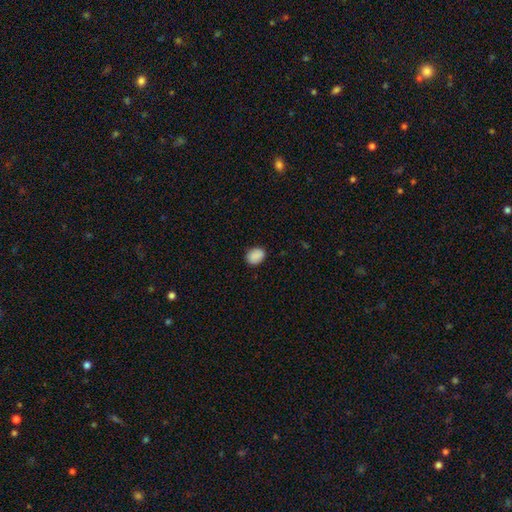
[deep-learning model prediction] A smooth galaxy with no disk features (89%) that is in between round and cigar-shaped (56%).

Vote fractions:
- Smooth or featured? smooth: 89% / star or artifact: 8% / featured or disk: 3%
- How rounded? in between: 56% / round: 43% / cigar-shaped: 1%
- Merging? none: 86% / minor disturbance: 10% / major disturbance: 2% / merger: 1%